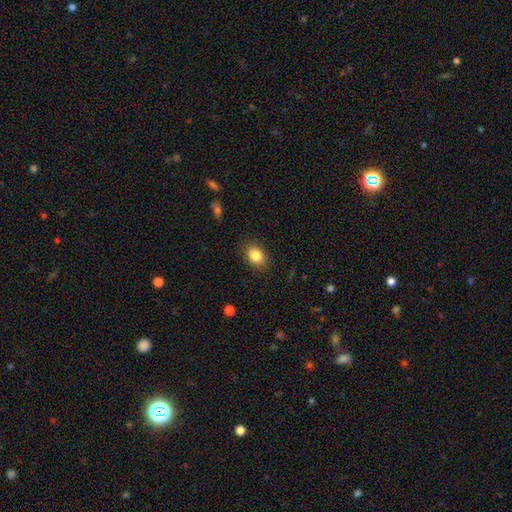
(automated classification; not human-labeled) Q: Smooth or featured?
A: smooth (84%); runner-up: star or artifact (9%)
Q: How rounded?
A: in between (70%); runner-up: round (29%)
Q: Merging?
A: none (86%); runner-up: minor disturbance (10%)